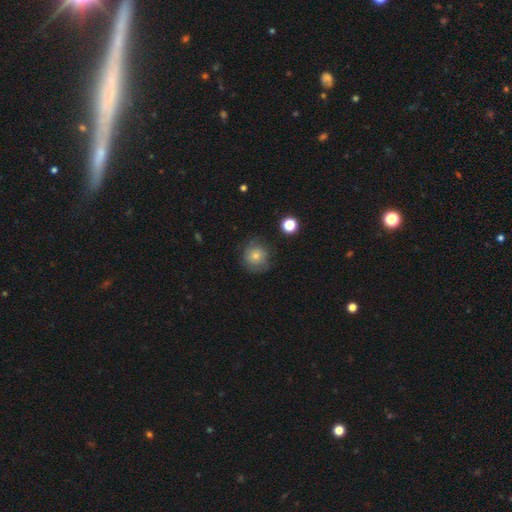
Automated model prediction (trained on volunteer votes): This appears to be a smooth galaxy with no disk features (71%) that is round (90%). Merging: none (74%).